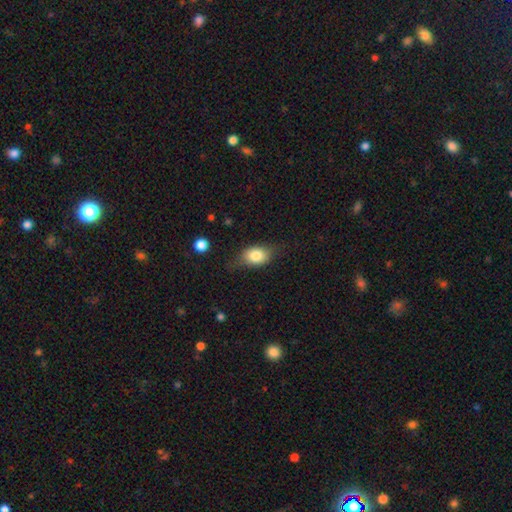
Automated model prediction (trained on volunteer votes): This appears to be a smooth galaxy with no disk features (76%) that is in between round and cigar-shaped (74%). Merging: none (61%).